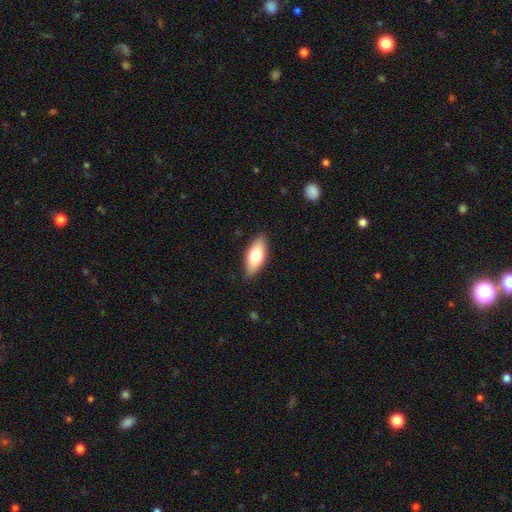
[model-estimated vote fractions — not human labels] A smooth galaxy with no disk features (72%) that is in between round and cigar-shaped (81%).

Vote fractions:
- Smooth or featured? smooth: 72% / featured or disk: 22% / star or artifact: 6%
- How rounded? in between: 81% / cigar-shaped: 16% / round: 2%
- Merging? none: 87% / minor disturbance: 10% / major disturbance: 2% / merger: 1%